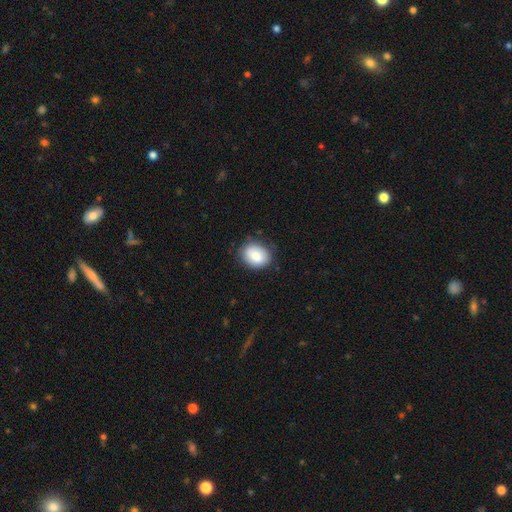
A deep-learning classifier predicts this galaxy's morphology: A smooth galaxy with no disk features (84%) that is in between round and cigar-shaped (59%). Merging: none (80%).